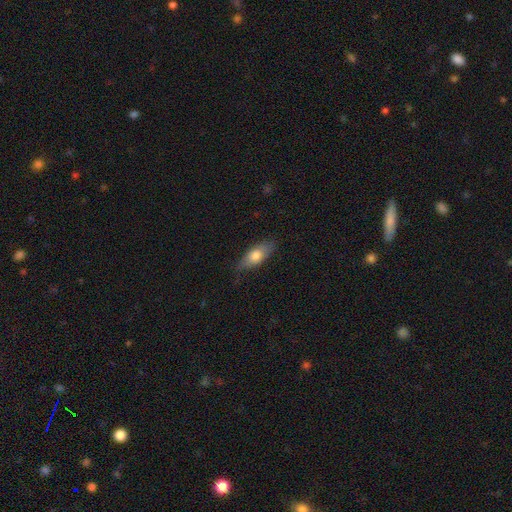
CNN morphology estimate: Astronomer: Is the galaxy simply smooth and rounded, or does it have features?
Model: smooth — 70%.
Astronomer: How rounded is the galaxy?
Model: in between — 77%.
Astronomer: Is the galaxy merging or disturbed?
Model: none — 73%.